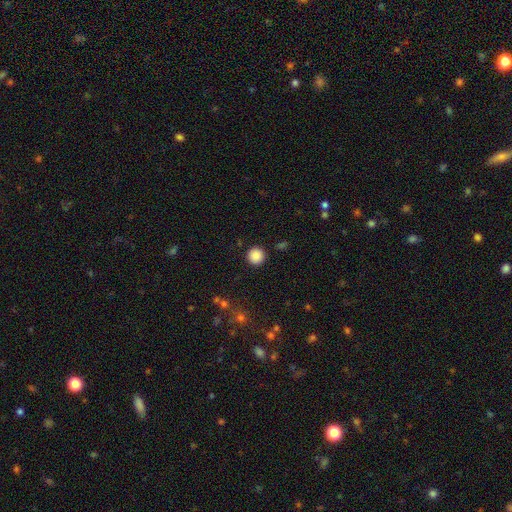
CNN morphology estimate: This appears to be a smooth galaxy with no disk features (87%) that is round (95%). Merging: none (91%).